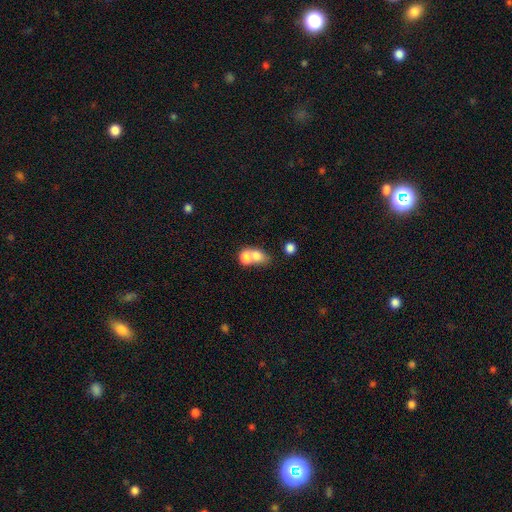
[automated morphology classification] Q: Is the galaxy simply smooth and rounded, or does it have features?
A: smooth — 73%.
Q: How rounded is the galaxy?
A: round — 51%.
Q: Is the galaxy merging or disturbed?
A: merger — 67%.